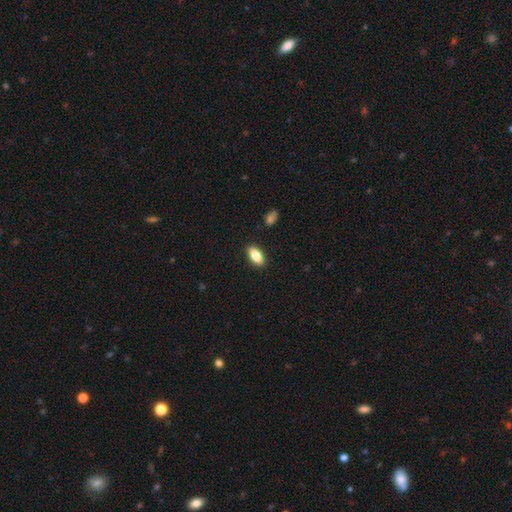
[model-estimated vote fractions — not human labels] Q: Smooth or featured?
A: smooth (82%); runner-up: featured or disk (11%)
Q: How rounded?
A: in between (87%); runner-up: cigar-shaped (10%)
Q: Merging?
A: none (89%); runner-up: minor disturbance (8%)